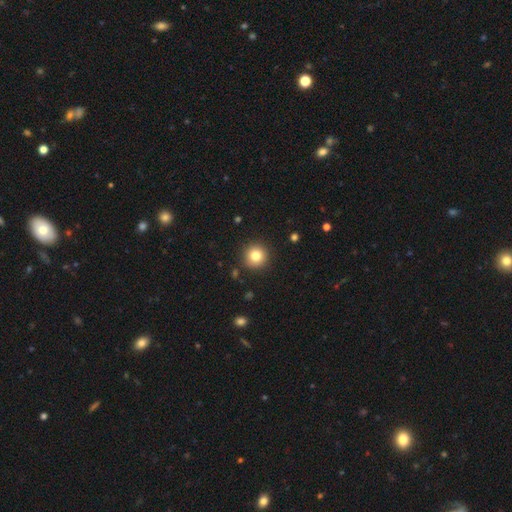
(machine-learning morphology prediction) A smooth galaxy with no disk features (81%) that is round (95%).

Vote fractions:
- Smooth or featured? smooth: 81% / star or artifact: 11% / featured or disk: 8%
- How rounded? round: 95% / in between: 4% / cigar-shaped: 1%
- Merging? none: 90% / minor disturbance: 6% / major disturbance: 2% / merger: 1%